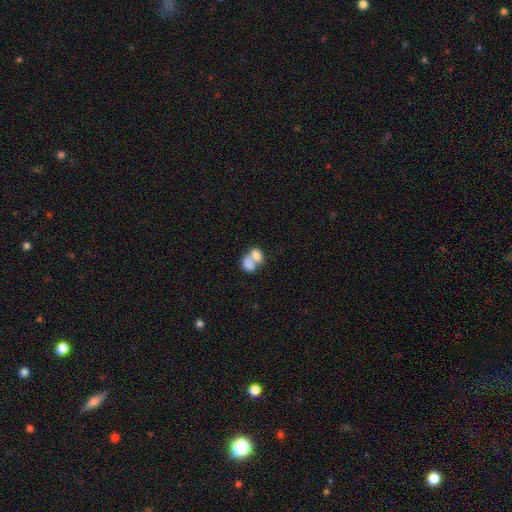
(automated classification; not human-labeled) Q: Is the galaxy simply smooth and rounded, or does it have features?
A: smooth — 73%.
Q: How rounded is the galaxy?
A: in between — 71%.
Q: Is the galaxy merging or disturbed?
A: merger — 74%.